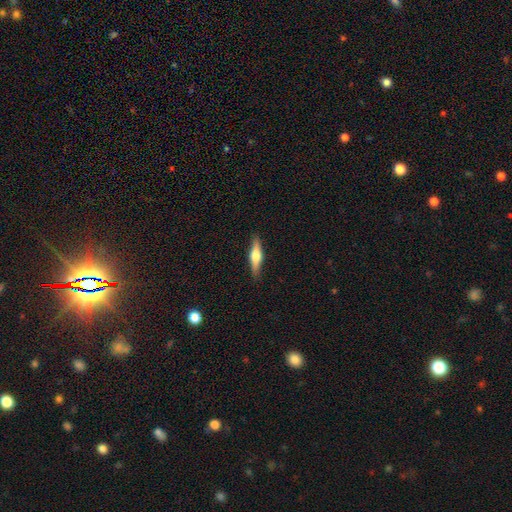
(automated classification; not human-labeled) smooth-or-featured: featured or disk: 58% | smooth: 36% | star or artifact: 6%
  disk-edge-on: yes: 96% | no: 4%
    edge-on-bulge: rounded: 91% | boxy: 6% | none: 3%
  merging: none: 89% | minor disturbance: 8% | major disturbance: 2% | merger: 1%